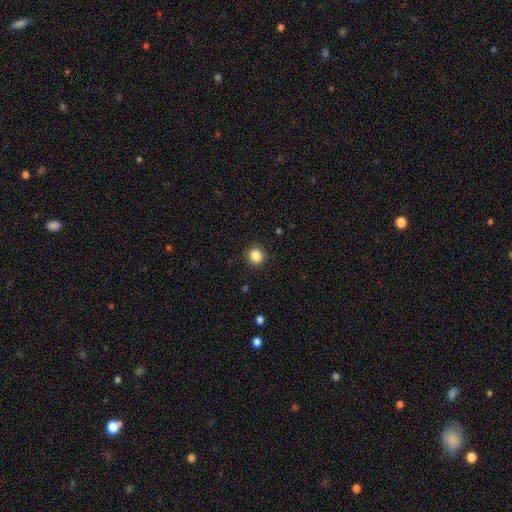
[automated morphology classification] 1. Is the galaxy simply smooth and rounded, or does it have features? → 86% smooth, 11% star or artifact, 3% featured or disk.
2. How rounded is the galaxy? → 95% round, 4% in between, 1% cigar-shaped.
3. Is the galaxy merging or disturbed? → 92% none, 5% minor disturbance, 2% major disturbance, 1% merger.